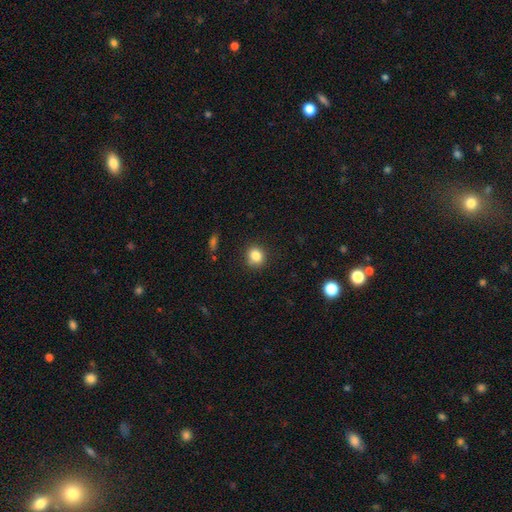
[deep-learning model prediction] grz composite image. It shows a smooth galaxy with no disk features (84%) that is round (74%). Merging: none (85%).